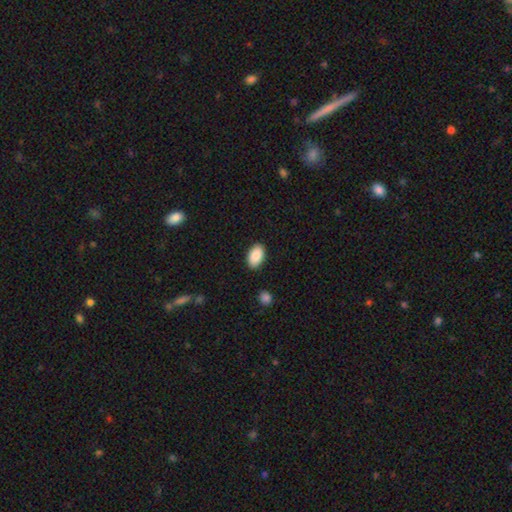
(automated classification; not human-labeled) smooth 89%, star or artifact 6%, featured or disk 5%. Down the decision tree: how rounded — in between (93%); merging — none (88%).